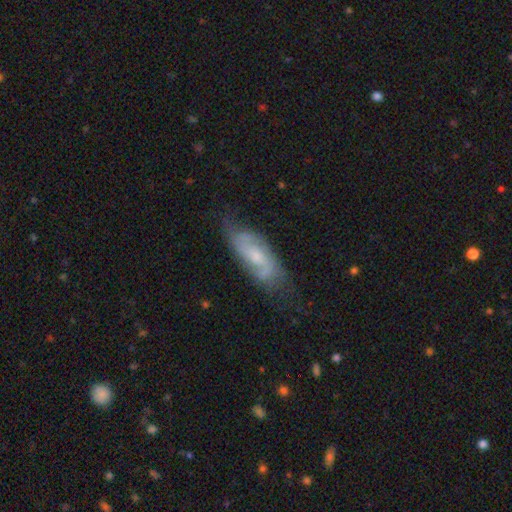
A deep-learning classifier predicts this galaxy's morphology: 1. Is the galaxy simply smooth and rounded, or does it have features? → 72% featured or disk, 22% smooth, 6% star or artifact.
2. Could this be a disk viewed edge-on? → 90% no, 10% yes.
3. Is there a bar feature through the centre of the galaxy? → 49% no, 43% weak, 8% strong.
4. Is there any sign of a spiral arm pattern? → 92% yes, 8% no.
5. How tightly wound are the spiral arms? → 47% medium, 32% tight, 21% loose.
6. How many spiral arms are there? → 71% 2, 17% can't tell, 5% 3, 3% 1, 2% 4, 2% more than 4.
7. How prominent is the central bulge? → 45% small, 44% moderate, 6% none, 3% large, 1% dominant.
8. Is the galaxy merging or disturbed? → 67% none, 23% minor disturbance, 8% major disturbance, 2% merger.